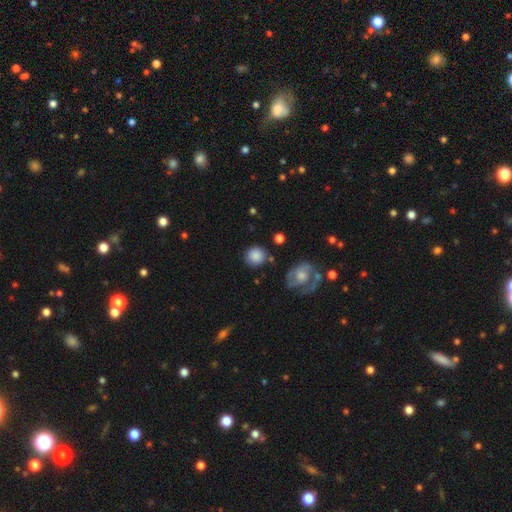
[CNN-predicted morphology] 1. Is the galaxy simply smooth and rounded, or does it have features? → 83% smooth, 9% featured or disk, 8% star or artifact.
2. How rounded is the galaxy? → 89% round, 10% in between, 1% cigar-shaped.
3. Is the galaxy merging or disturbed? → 79% none, 12% minor disturbance, 5% major disturbance, 5% merger.